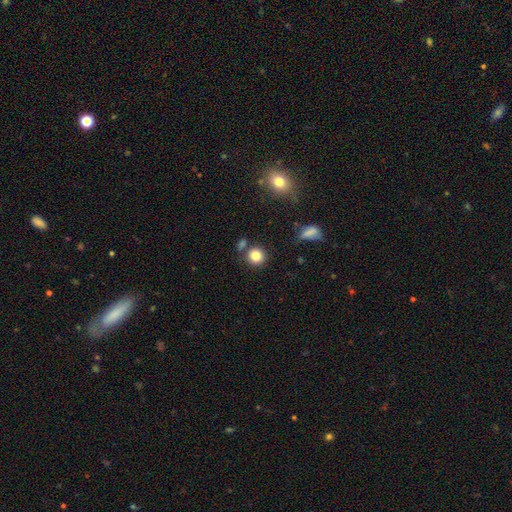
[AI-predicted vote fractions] Smooth or featured: smooth — 82% (star or artifact — 11%)
How rounded: round — 89% (in between — 10%)
Merging: none — 78% (merger — 10%)